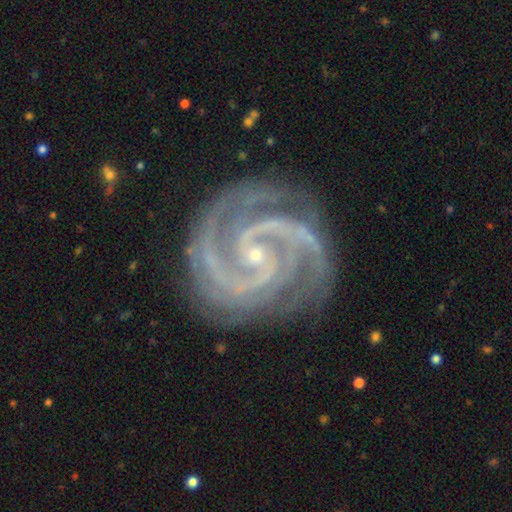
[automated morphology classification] Smooth or featured? featured or disk (94%)
Edge-on disk? no (98%)
Bar? no (51%)
Spiral arms? yes (99%)
Spiral winding? tight (59%)
Spiral arm count? 2 (63%)
Bulge size? small (87%)
Merging? none (80%)